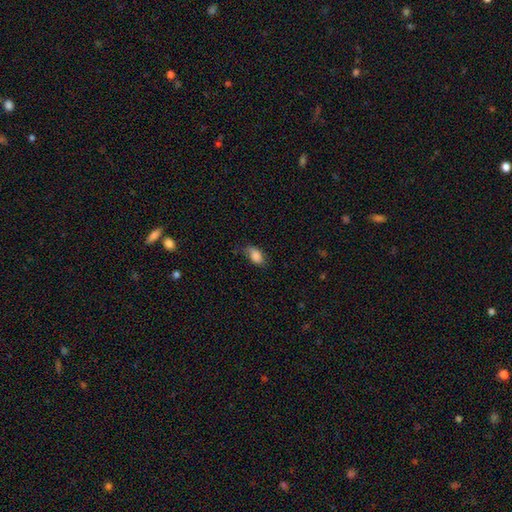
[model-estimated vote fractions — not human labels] Smooth or featured? Predicted: smooth (p=0.83). How rounded? Predicted: in between (p=0.91). Merging? Predicted: none (p=0.59).